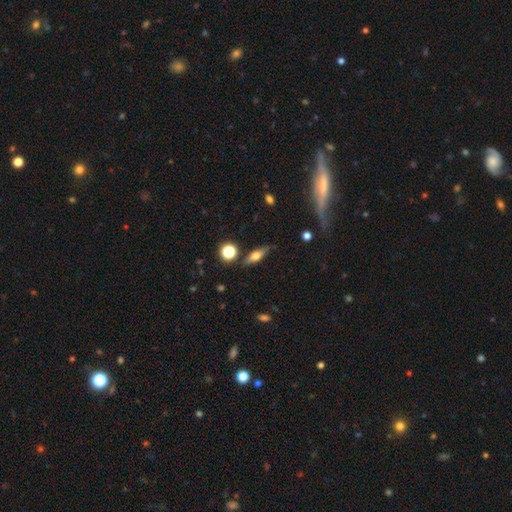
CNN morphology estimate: type=smooth (49%); merging=none (80%).